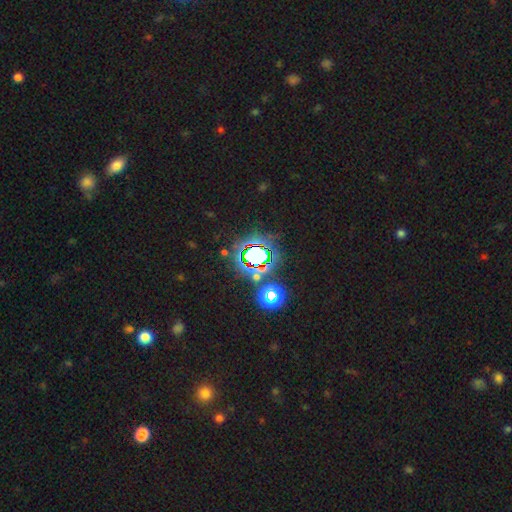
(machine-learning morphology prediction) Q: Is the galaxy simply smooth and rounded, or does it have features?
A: star or artifact — 67%.